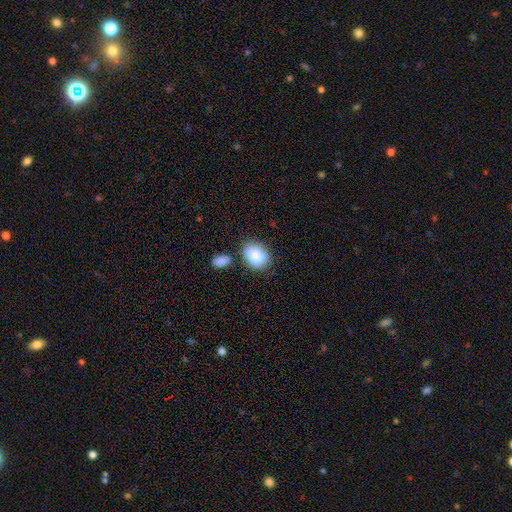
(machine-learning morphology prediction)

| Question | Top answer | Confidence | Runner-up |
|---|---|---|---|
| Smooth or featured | smooth | 86% | star or artifact (7%) |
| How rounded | in between | 69% | round (30%) |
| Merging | none | 68% | minor disturbance (17%) |